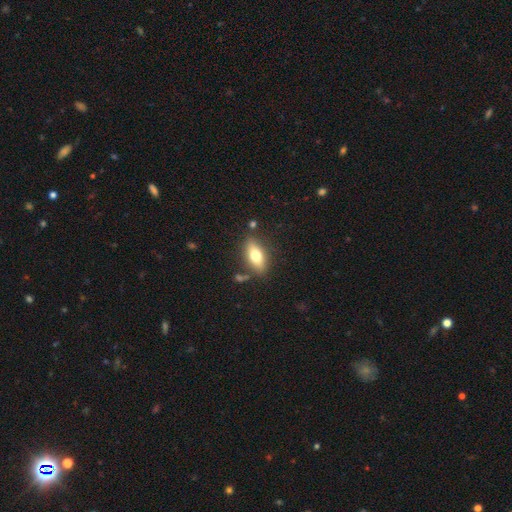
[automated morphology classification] Smooth or featured? Predicted: smooth (p=0.70). How rounded? Predicted: in between (p=0.81). Merging? Predicted: none (p=0.79).